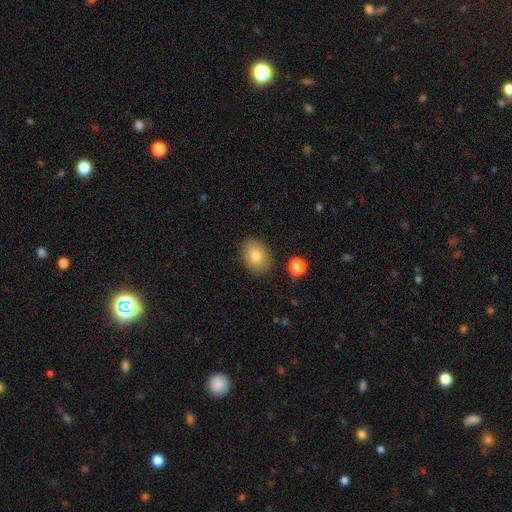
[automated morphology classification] Smooth or featured? smooth (80%)
How rounded? in between (72%)
Merging? none (87%)